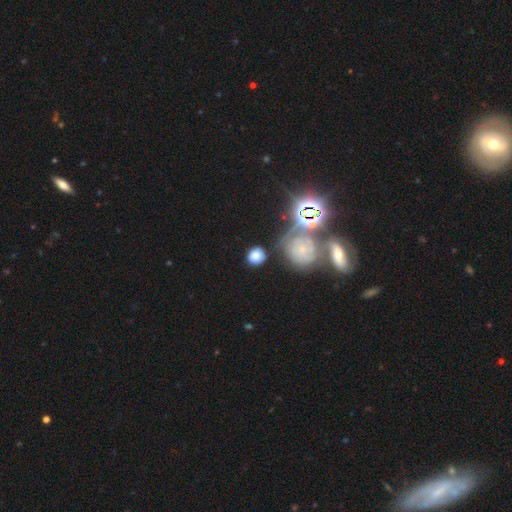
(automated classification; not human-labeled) Q: Smooth or featured?
A: smooth (72%); runner-up: star or artifact (15%)
Q: How rounded?
A: round (85%); runner-up: in between (13%)
Q: Merging?
A: none (78%); runner-up: minor disturbance (12%)